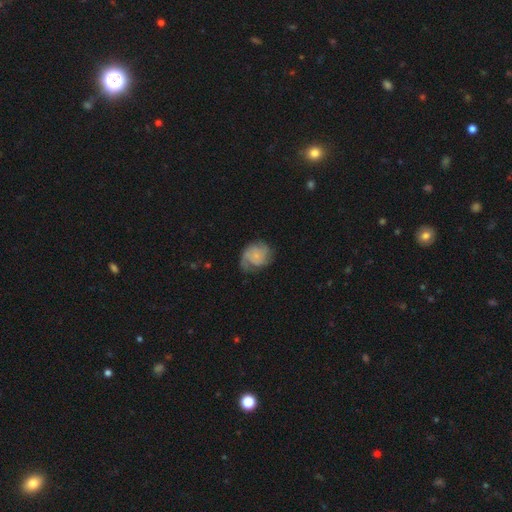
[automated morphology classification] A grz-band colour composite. It shows a featured or disk galaxy (62%) with no bar (76%), 2 (39%) medium (41%) spiral arms (90%) and a small central bulge (70%). Merging: none (55%).